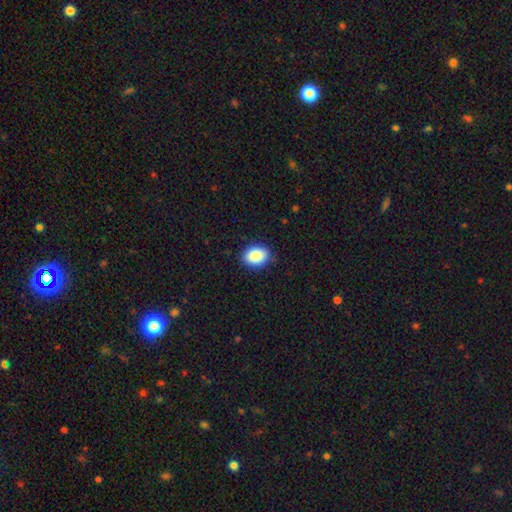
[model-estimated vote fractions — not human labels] smooth_or_featured: smooth (p=0.87) [alt: star or artifact p=0.08]
how_rounded: in between (p=0.64) [alt: round p=0.35]
merging: none (p=0.86) [alt: minor disturbance p=0.11]